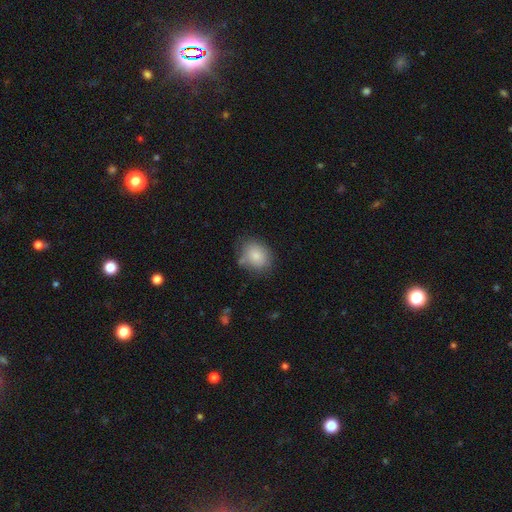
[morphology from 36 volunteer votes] Smooth or featured? smooth (75%)
How rounded? in between (70%)
Merging? none (45%)